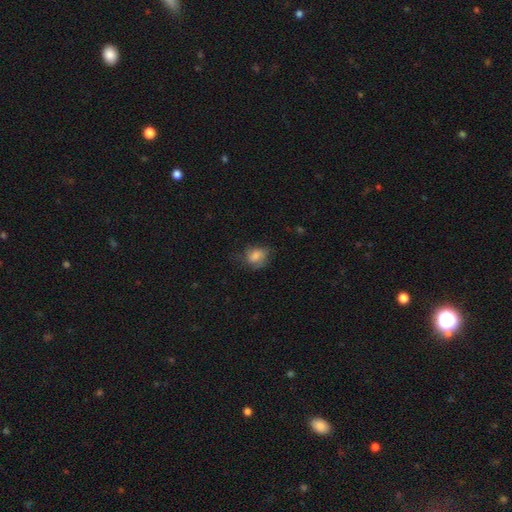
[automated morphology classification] smooth-or-featured: smooth: 72% | featured or disk: 18% | star or artifact: 10%
  how-rounded: in between: 59% | round: 39% | cigar-shaped: 1%
  merging: none: 53% | minor disturbance: 29% | major disturbance: 16% | merger: 1%